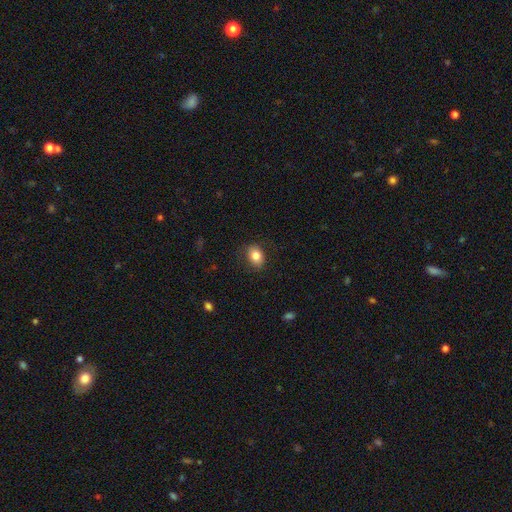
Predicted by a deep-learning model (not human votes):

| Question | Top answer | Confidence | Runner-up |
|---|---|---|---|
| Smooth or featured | smooth | 83% | star or artifact (9%) |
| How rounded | in between | 66% | round (33%) |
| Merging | none | 82% | minor disturbance (13%) |